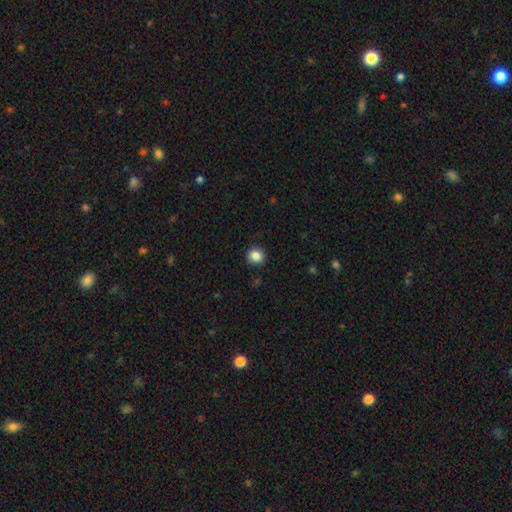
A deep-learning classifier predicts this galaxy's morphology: Q: Smooth or featured?
A: smooth (86%); runner-up: star or artifact (10%)
Q: How rounded?
A: round (90%); runner-up: in between (9%)
Q: Merging?
A: none (90%); runner-up: minor disturbance (7%)